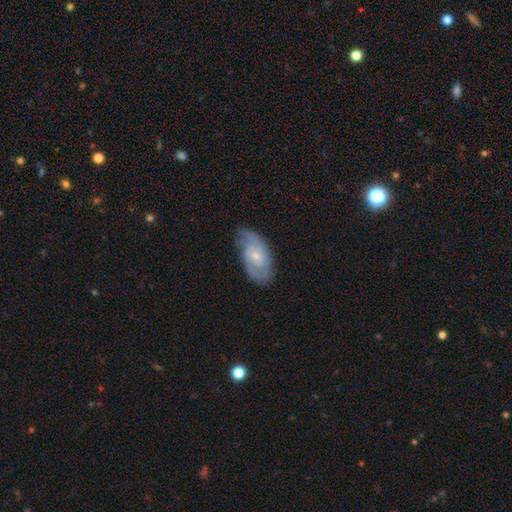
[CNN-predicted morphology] type=featured or disk (70%); edge-on=no (94%); bar=no (66%); spiral arms=yes (89%); winding=tight (47%); arm count=2 (61%); bulge=small (56%); merging=none (68%).